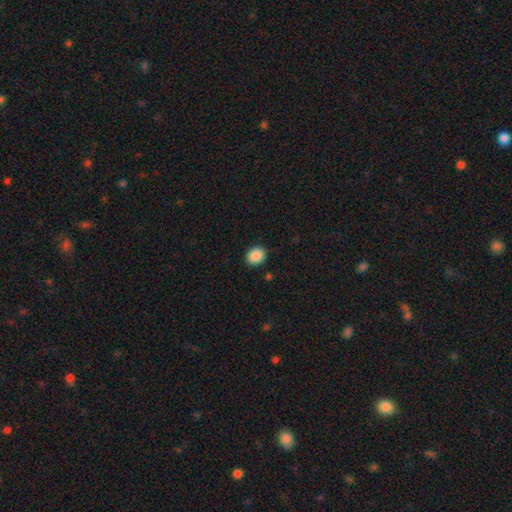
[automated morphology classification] Smooth or featured?
  - smooth: 89% *
  - star or artifact: 8%
  - featured or disk: 3%
How rounded?
  - round: 64% *
  - in between: 35%
  - cigar-shaped: 1%
Merging?
  - none: 90% *
  - minor disturbance: 6%
  - major disturbance: 2%
  - merger: 1%